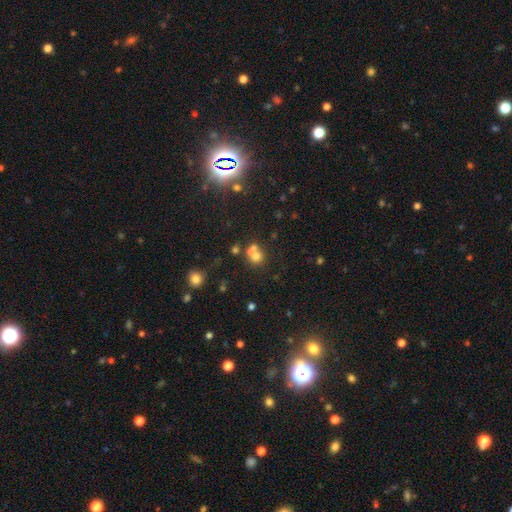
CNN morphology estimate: Smooth or featured: smooth — 64% (star or artifact — 19%)
How rounded: round — 79% (in between — 20%)
Merging: merger — 43% (tied with none — 43%)